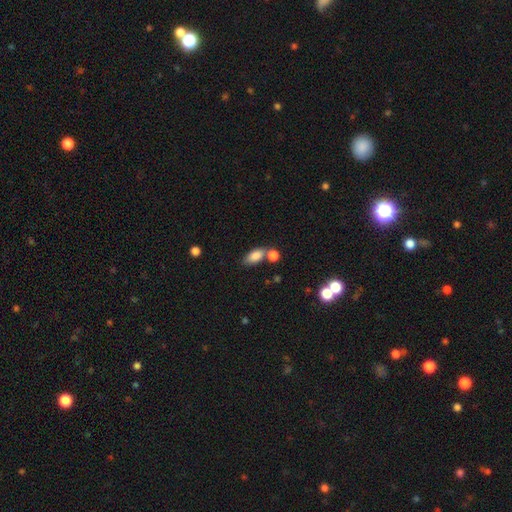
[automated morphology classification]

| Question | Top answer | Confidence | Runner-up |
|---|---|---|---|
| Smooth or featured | smooth | 84% | star or artifact (9%) |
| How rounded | in between | 87% | round (7%) |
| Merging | none | 53% | merger (29%) |